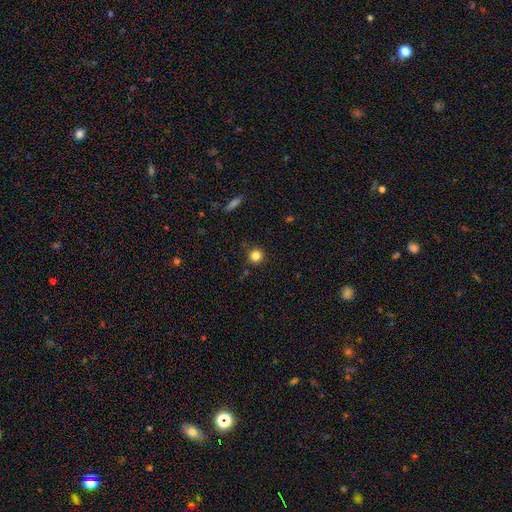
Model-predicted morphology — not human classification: This is clearly a smooth galaxy (82%). How rounded: clearly round (93%). Merging: clearly none (88%).